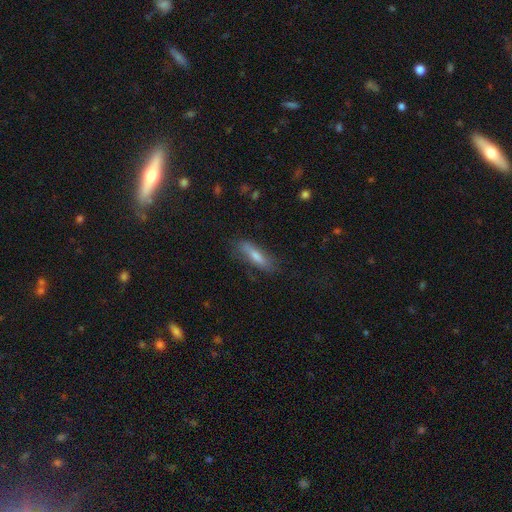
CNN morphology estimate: Smooth or featured: smooth — 63% (featured or disk — 28%)
How rounded: cigar-shaped — 69% (in between — 29%)
Merging: none — 77% (minor disturbance — 17%)